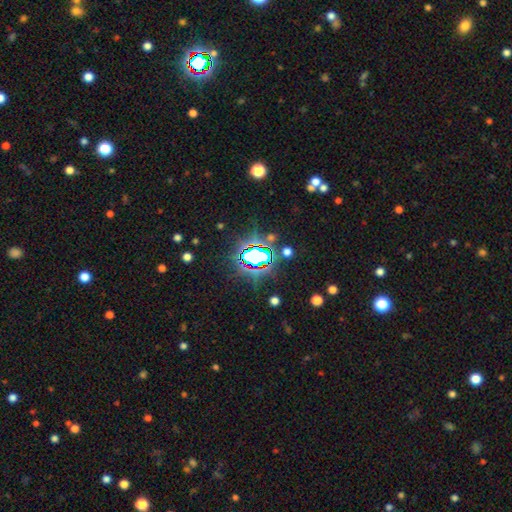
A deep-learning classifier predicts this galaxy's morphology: This is likely a star or artifact rather than a galaxy (72%).